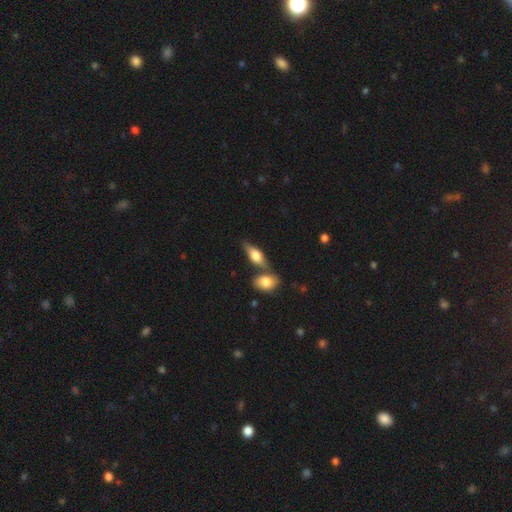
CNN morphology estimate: Smooth or featured? smooth (56%)
How rounded? in between (70%)
Merging? none (57%)